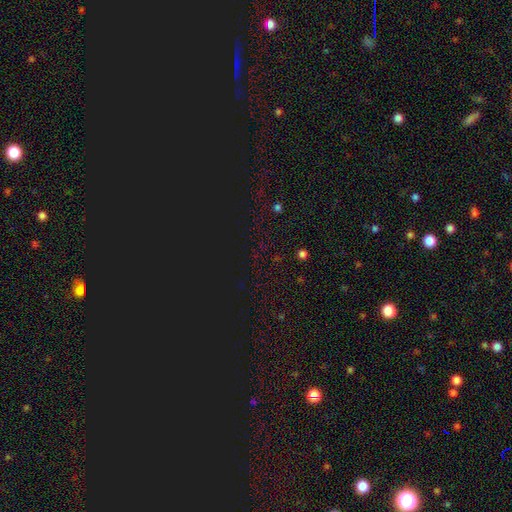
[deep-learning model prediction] smooth-or-featured: star or artifact: 75% | smooth: 18% | featured or disk: 6%